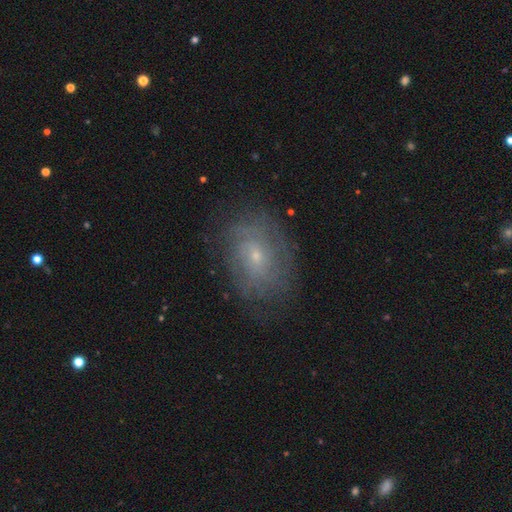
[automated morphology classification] Smooth or featured: featured or disk — 59% (smooth — 29%)
Edge-on disk: no — 95% (yes — 5%)
Bar: no — 75% (weak — 22%)
Spiral arms: yes — 75% (no — 25%)
Bulge size: small — 75% (moderate — 21%)
Merging: none — 74% (minor disturbance — 17%)